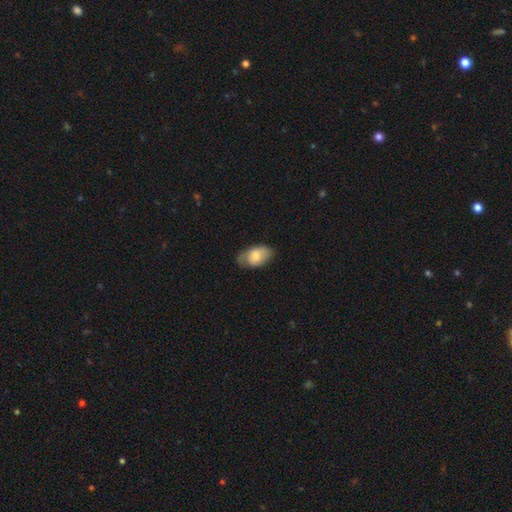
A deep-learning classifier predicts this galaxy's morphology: A smooth galaxy with no disk features (70%) that is in between round and cigar-shaped (92%). Merging: none (62%).